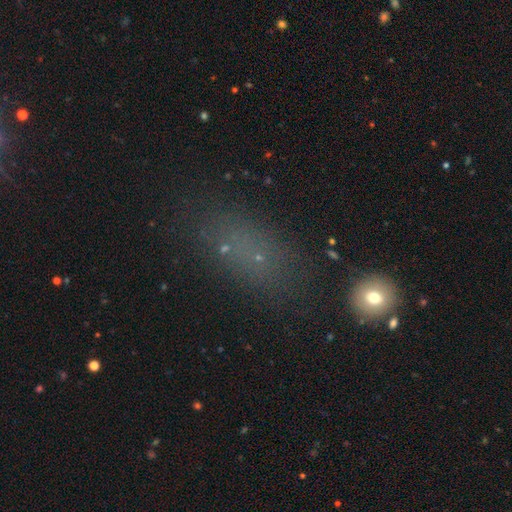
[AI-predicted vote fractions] Morphology: type=smooth (53%); roundness=in between (67%); merging=none (64%).